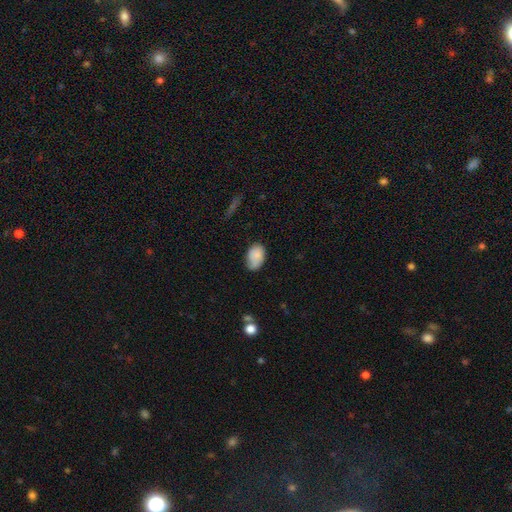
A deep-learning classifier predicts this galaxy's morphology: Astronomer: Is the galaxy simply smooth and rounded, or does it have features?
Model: smooth — 84%.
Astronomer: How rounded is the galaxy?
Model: in between — 88%.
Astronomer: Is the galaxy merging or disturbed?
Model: none — 65%.